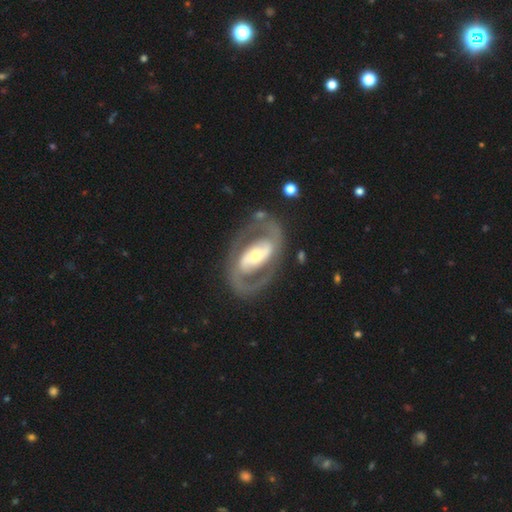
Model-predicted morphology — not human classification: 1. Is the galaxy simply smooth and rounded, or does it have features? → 85% featured or disk, 11% smooth, 5% star or artifact.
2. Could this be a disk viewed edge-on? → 95% no, 5% yes.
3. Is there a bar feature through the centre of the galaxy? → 49% strong, 26% weak, 25% no.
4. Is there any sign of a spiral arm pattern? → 80% yes, 20% no.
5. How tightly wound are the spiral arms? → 50% medium, 30% tight, 20% loose.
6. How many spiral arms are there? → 88% 2, 6% can't tell, 3% 1, 1% 3, 1% 4, 1% more than 4.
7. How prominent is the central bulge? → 48% moderate, 40% small, 9% large, 2% dominant, 1% none.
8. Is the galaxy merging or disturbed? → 77% none, 12% minor disturbance, 9% major disturbance, 2% merger.